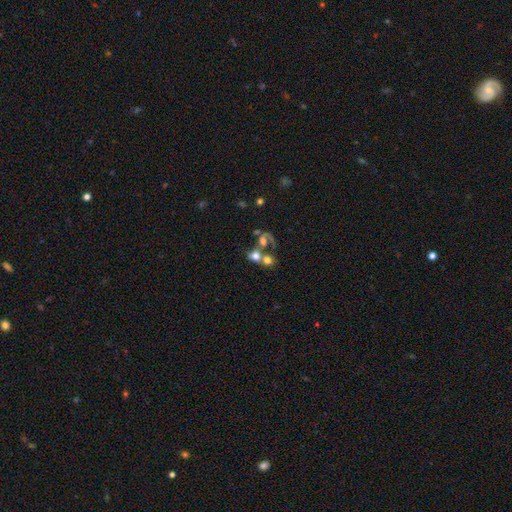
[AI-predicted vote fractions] Smooth or featured?
  - smooth: 58% *
  - featured or disk: 29%
  - star or artifact: 13%
How rounded?
  - round: 56% *
  - in between: 42%
  - cigar-shaped: 2%
Merging?
  - merger: 65% *
  - none: 19%
  - major disturbance: 9%
  - minor disturbance: 7%